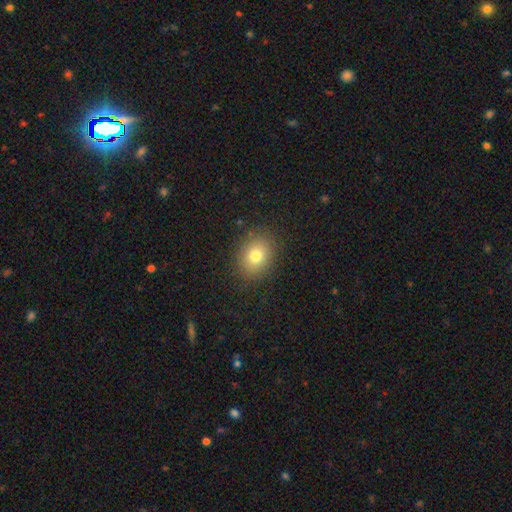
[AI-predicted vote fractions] A smooth galaxy with no disk features (77%) that is in between round and cigar-shaped (55%).

Vote fractions:
- Smooth or featured? smooth: 77% / star or artifact: 11% / featured or disk: 11%
- How rounded? in between: 55% / round: 44% / cigar-shaped: 1%
- Merging? none: 86% / minor disturbance: 9% / major disturbance: 3% / merger: 1%